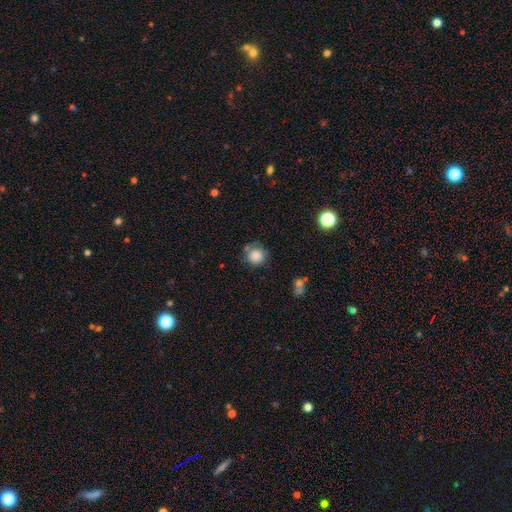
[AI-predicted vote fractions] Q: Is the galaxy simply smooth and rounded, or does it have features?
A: smooth — 82%.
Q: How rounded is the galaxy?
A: round — 89%.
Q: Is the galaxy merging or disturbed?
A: none — 62%.